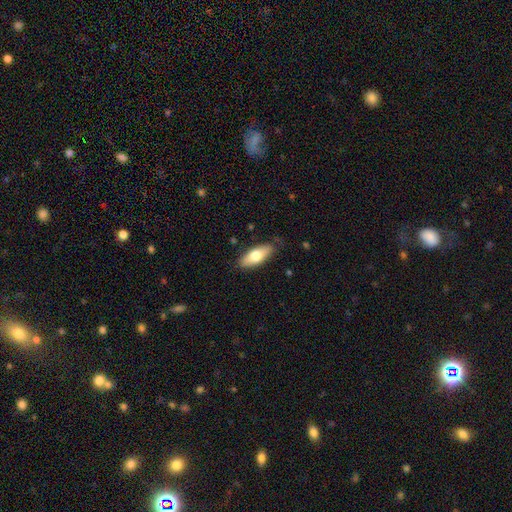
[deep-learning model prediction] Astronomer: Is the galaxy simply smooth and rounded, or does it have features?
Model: smooth — 70%.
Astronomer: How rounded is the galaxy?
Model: in between — 74%.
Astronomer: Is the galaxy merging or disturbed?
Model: none — 84%.